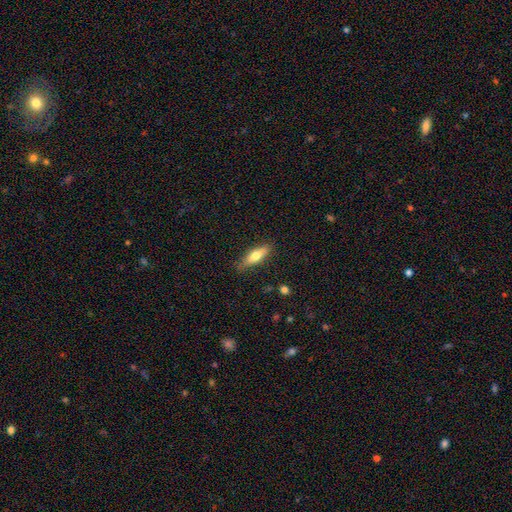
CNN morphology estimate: Q: Smooth or featured?
A: smooth (63%); runner-up: featured or disk (31%)
Q: How rounded?
A: cigar-shaped (59%); runner-up: in between (39%)
Q: Merging?
A: none (83%); runner-up: minor disturbance (13%)